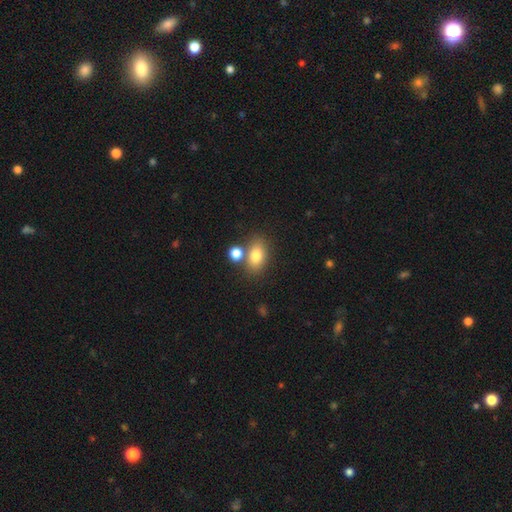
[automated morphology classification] This appears to be a smooth galaxy with no disk features (79%) that is in between round and cigar-shaped (78%). Merging: none (62%).